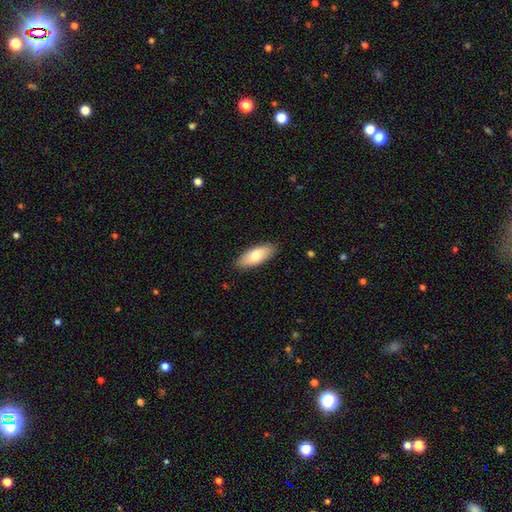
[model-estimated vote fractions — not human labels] Morphology: type=smooth (76%); roundness=in between (82%); merging=none (88%).